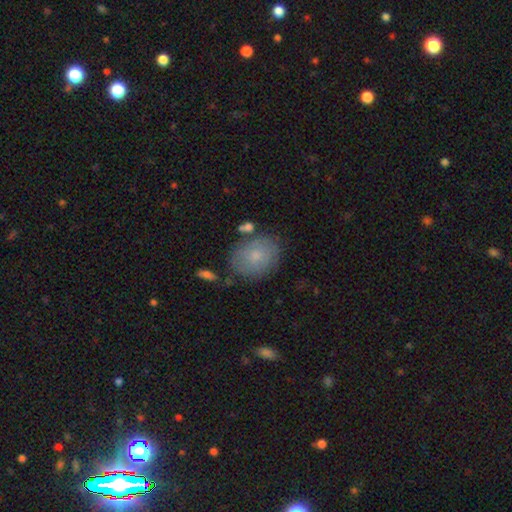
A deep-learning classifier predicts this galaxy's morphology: This is likely a smooth galaxy (74%). How rounded: possibly in between (55%). Merging: likely none (75%).